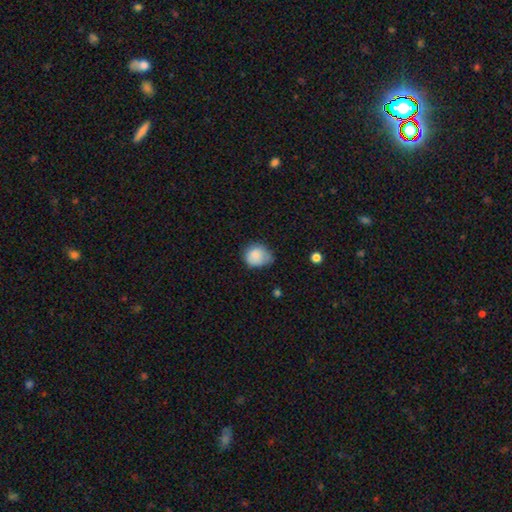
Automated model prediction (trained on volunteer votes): Smooth or featured? Predicted: smooth (p=0.85). How rounded? Predicted: round (p=0.64). Merging? Predicted: none (p=0.46).